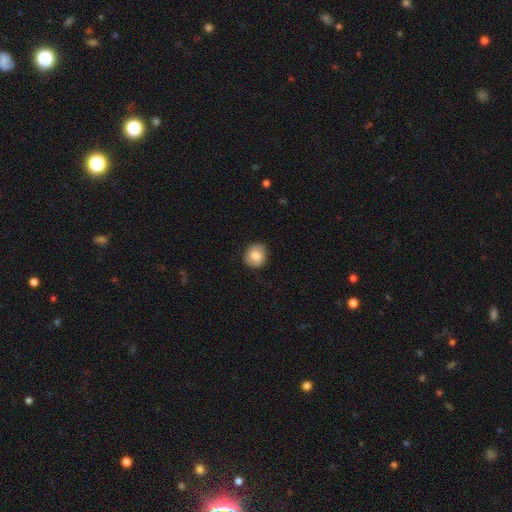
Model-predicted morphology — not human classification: type=smooth (84%); roundness=round (84%); merging=none (84%).